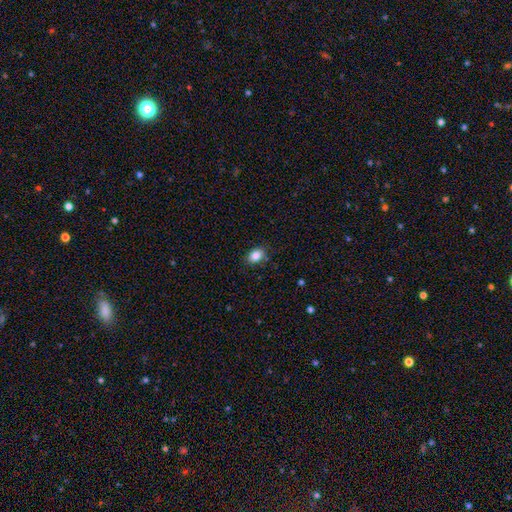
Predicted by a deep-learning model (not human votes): Smooth or featured?
  - smooth: 86% *
  - star or artifact: 9%
  - featured or disk: 5%
How rounded?
  - in between: 81% *
  - round: 18%
  - cigar-shaped: 1%
Merging?
  - none: 86% *
  - minor disturbance: 10%
  - major disturbance: 2%
  - merger: 1%